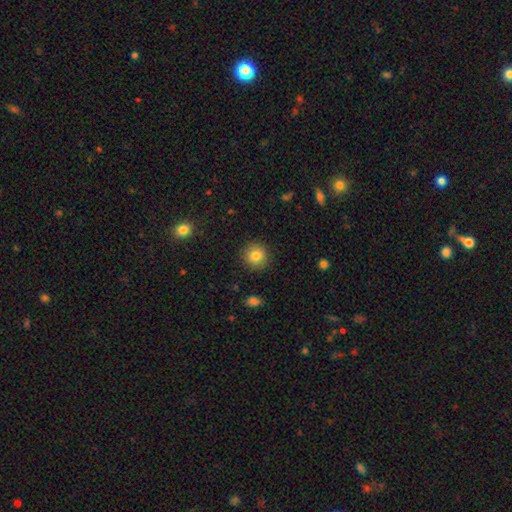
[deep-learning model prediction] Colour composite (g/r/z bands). It shows a smooth galaxy with no disk features (82%) that is round (92%). Merging: none (90%).